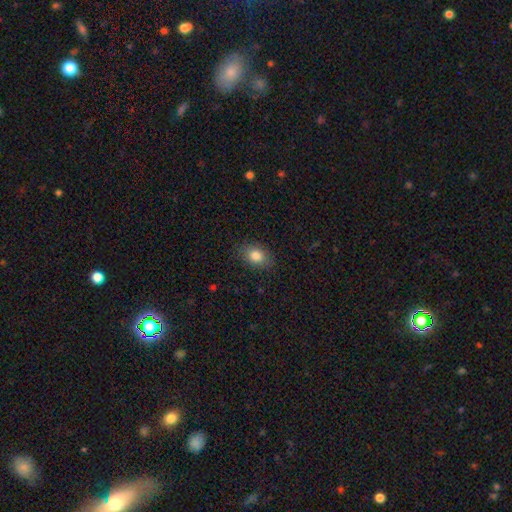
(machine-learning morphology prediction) Smooth or featured?
  - smooth: 84% *
  - star or artifact: 9%
  - featured or disk: 7%
How rounded?
  - in between: 77% *
  - round: 21%
  - cigar-shaped: 1%
Merging?
  - none: 84% *
  - minor disturbance: 12%
  - major disturbance: 3%
  - merger: 1%